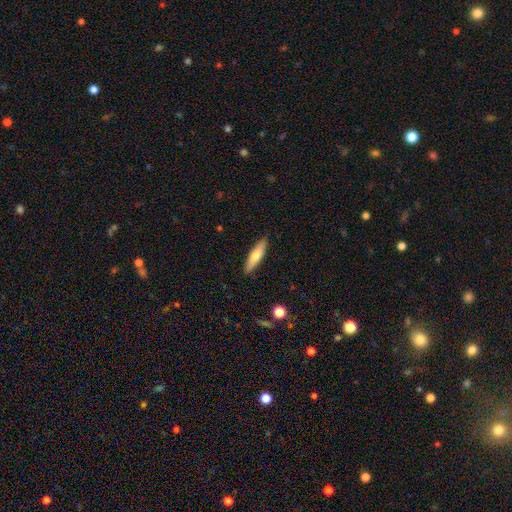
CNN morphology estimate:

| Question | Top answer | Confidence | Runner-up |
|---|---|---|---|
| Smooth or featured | smooth | 64% | featured or disk (30%) |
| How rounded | cigar-shaped | 74% | in between (24%) |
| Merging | none | 89% | minor disturbance (8%) |